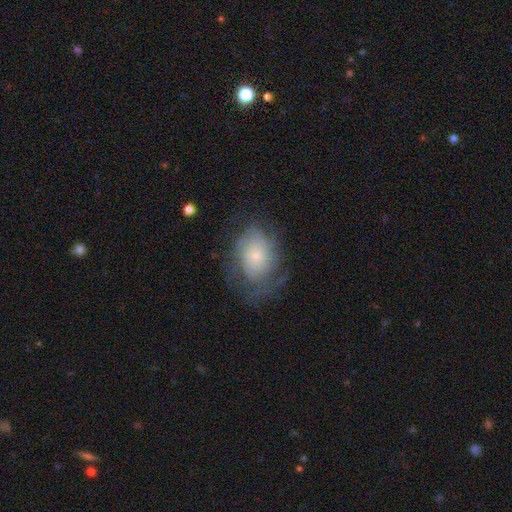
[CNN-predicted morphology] Q: Smooth or featured?
A: featured or disk (53%); runner-up: smooth (39%)
Q: Edge-on disk?
A: no (96%); runner-up: yes (4%)
Q: Bar?
A: no (84%); runner-up: weak (14%)
Q: Spiral arms?
A: yes (70%); runner-up: no (30%)
Q: Bulge size?
A: small (62%); runner-up: moderate (29%)
Q: Merging?
A: none (54%); runner-up: minor disturbance (25%)